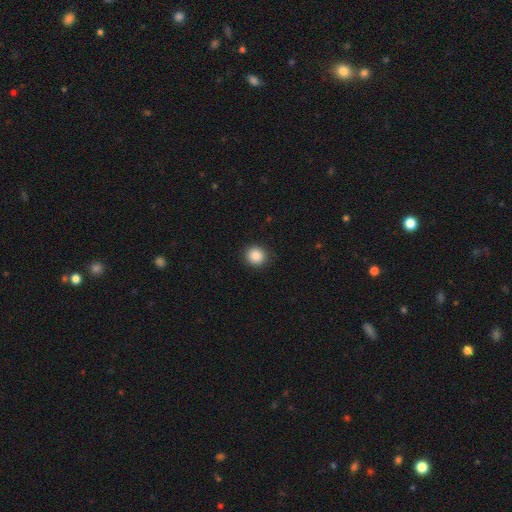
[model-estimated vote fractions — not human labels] smooth_or_featured: smooth (p=0.88) [alt: star or artifact p=0.09]
how_rounded: round (p=0.90) [alt: in between p=0.09]
merging: none (p=0.91) [alt: minor disturbance p=0.06]